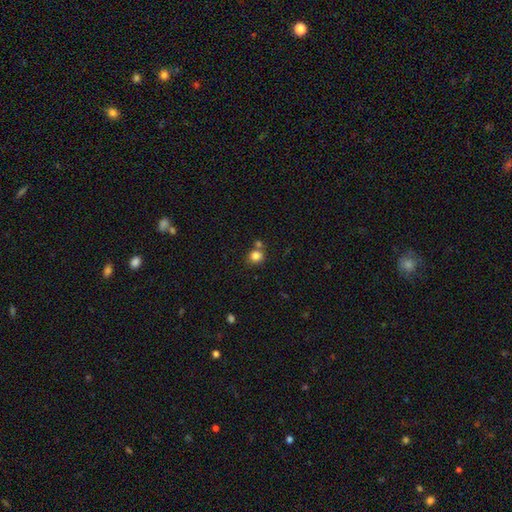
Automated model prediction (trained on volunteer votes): smooth 82%, star or artifact 11%, featured or disk 7%. Down the decision tree: how rounded — round (78%); merging — none (61%).